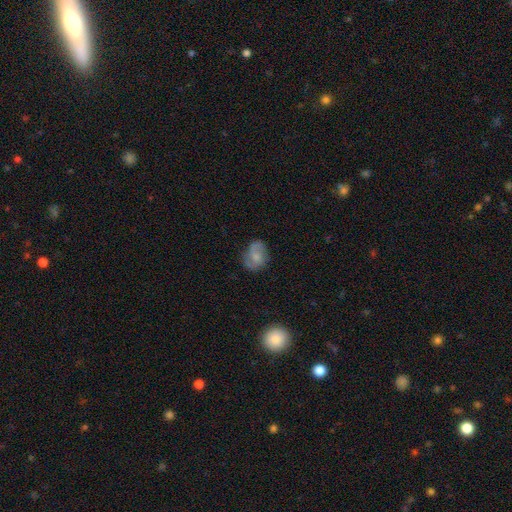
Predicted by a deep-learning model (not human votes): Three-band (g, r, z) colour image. It shows a smooth galaxy with no disk features (49%). Merging: none (59%).